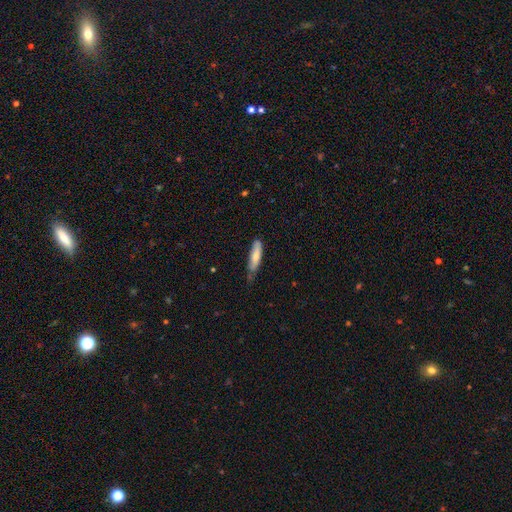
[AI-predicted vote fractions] Smooth or featured?
  - smooth: 75% *
  - featured or disk: 19%
  - star or artifact: 6%
How rounded?
  - cigar-shaped: 73% *
  - in between: 25%
  - round: 1%
Merging?
  - none: 58% *
  - minor disturbance: 33%
  - major disturbance: 6%
  - merger: 3%